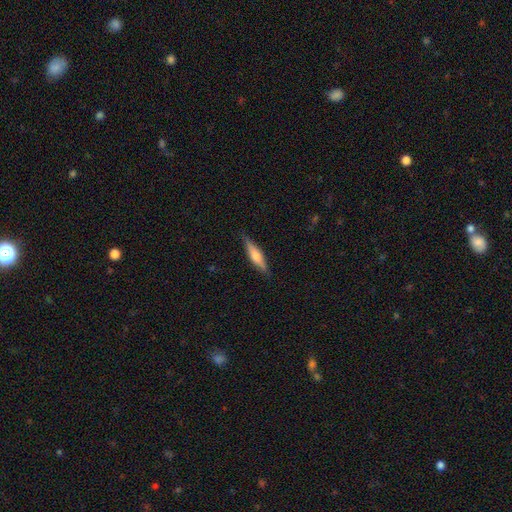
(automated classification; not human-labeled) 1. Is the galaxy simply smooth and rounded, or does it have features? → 52% featured or disk, 42% smooth, 6% star or artifact.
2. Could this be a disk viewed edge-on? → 95% yes, 5% no.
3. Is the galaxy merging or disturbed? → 87% none, 10% minor disturbance, 2% major disturbance, 1% merger.